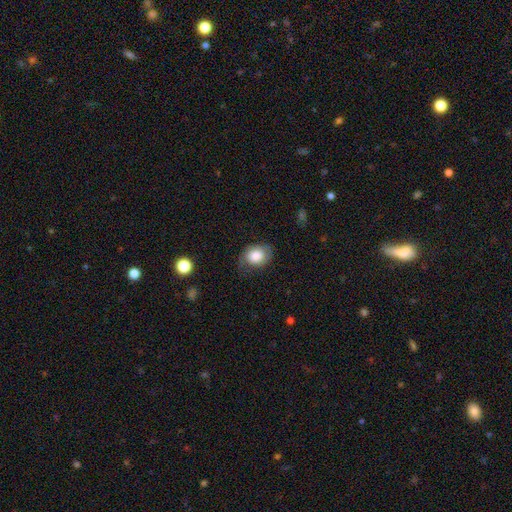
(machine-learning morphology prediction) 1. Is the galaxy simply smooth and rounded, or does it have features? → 76% smooth, 16% featured or disk, 7% star or artifact.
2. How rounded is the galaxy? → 59% in between, 40% round, 1% cigar-shaped.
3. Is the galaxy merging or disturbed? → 61% none, 27% minor disturbance, 11% major disturbance, 1% merger.